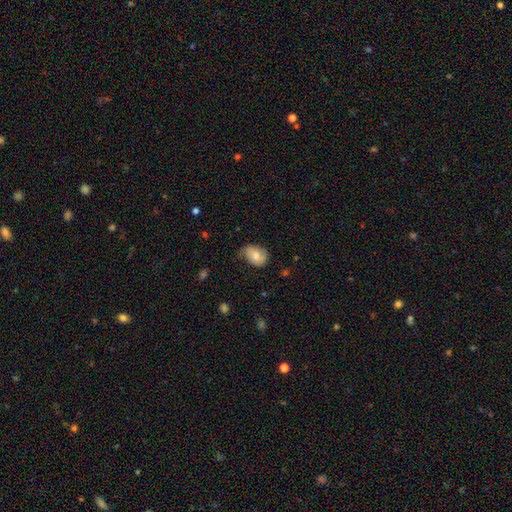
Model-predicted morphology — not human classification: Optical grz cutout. It shows a smooth galaxy with no disk features (72%) that is in between round and cigar-shaped (77%). Merging: none (54%).